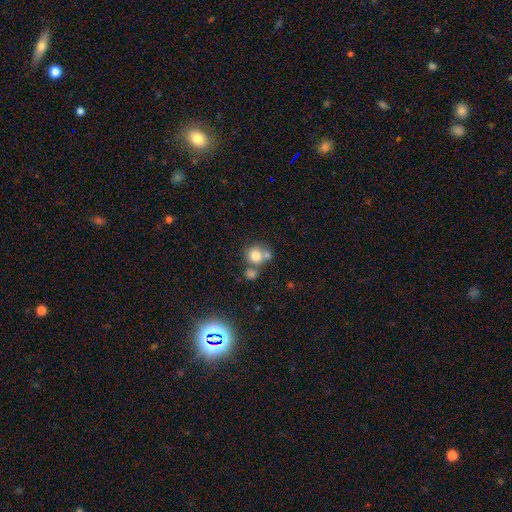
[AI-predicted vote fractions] Morphology: type=smooth (77%); roundness=round (85%); merging=none (47%).